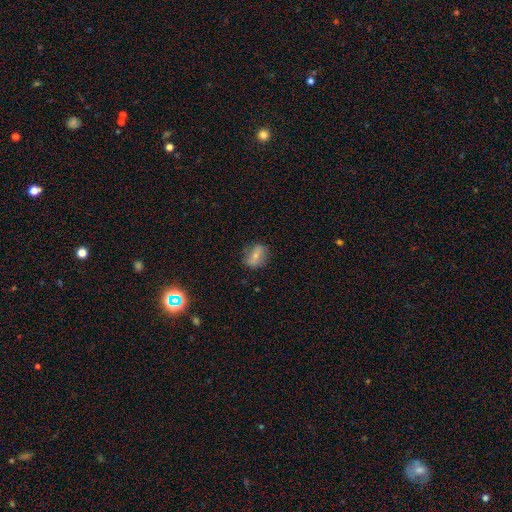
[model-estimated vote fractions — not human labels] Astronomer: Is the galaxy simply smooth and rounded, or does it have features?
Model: smooth — 58%.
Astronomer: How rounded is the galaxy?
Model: in between — 59% (runner-up: round, 38%).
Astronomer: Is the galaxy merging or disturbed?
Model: none — 76%.